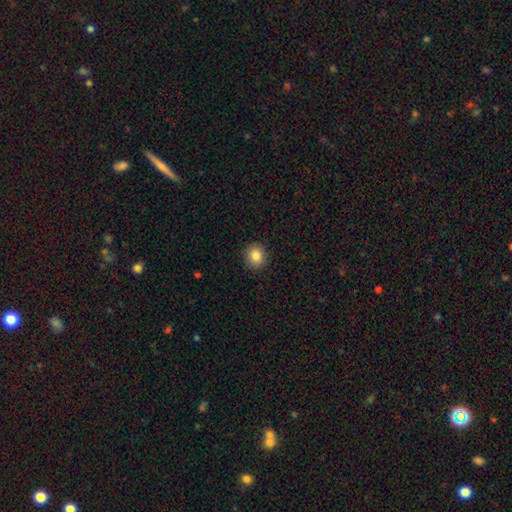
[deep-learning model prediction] Morphology: type=smooth (86%); roundness=round (81%); merging=none (91%).